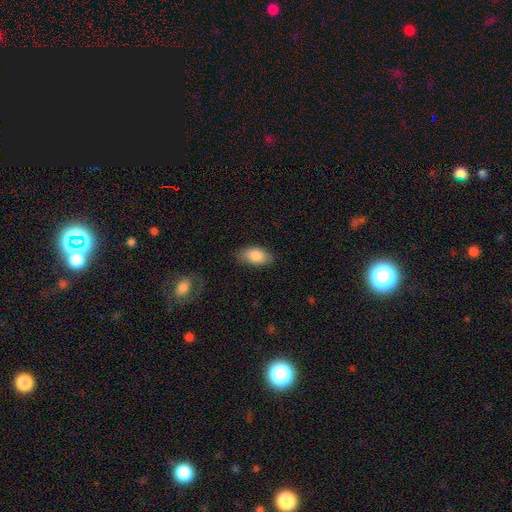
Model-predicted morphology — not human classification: A smooth galaxy with no disk features (86%) that is in between round and cigar-shaped (93%). Merging: none (81%).